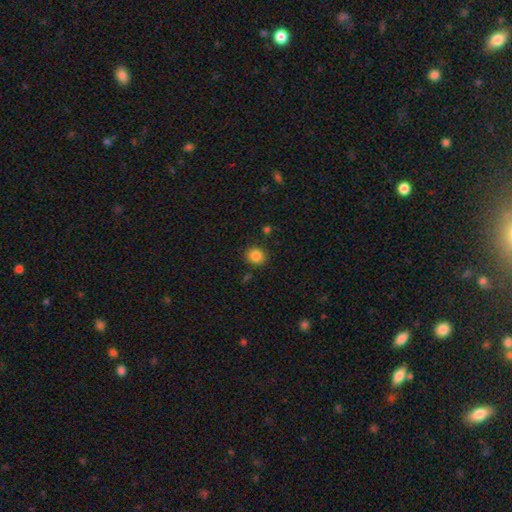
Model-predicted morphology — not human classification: smooth 85%, star or artifact 10%, featured or disk 5%. Down the decision tree: how rounded — round (78%); merging — none (86%).